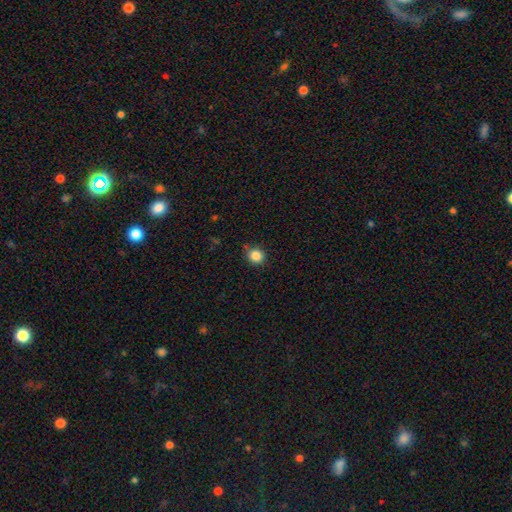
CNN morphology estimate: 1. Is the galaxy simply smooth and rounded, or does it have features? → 85% smooth, 11% star or artifact, 4% featured or disk.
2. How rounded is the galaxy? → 89% round, 10% in between, 1% cigar-shaped.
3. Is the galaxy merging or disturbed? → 86% none, 9% minor disturbance, 2% major disturbance, 2% merger.